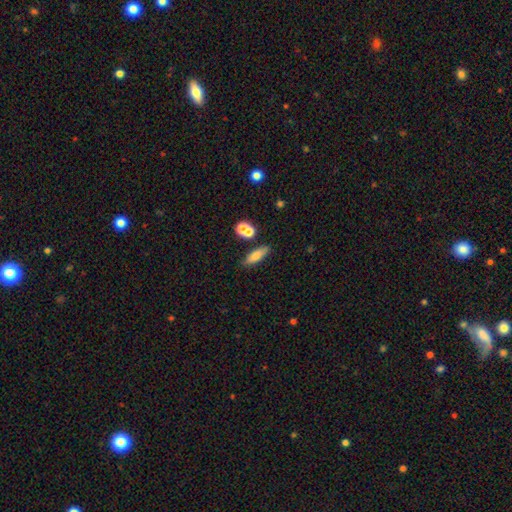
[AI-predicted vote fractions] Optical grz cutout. It shows a smooth galaxy with no disk features (73%) that is in between round and cigar-shaped (48%). Merging: none (71%).